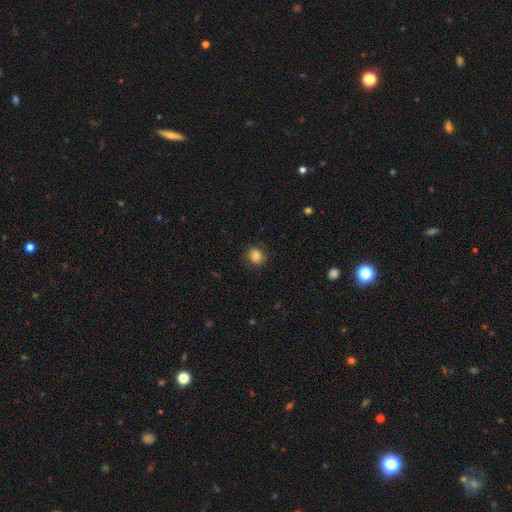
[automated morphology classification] This appears to be a smooth galaxy with no disk features (85%) that is round (77%). Merging: none (83%).